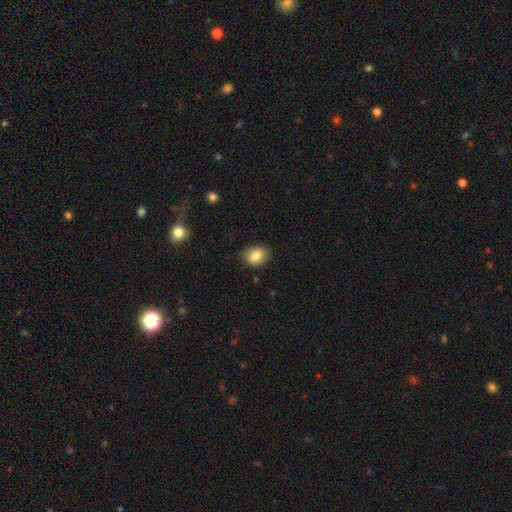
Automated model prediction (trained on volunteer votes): Overall: smooth (85%). How rounded: in between (66%; round 33%). Merging: none (78%).